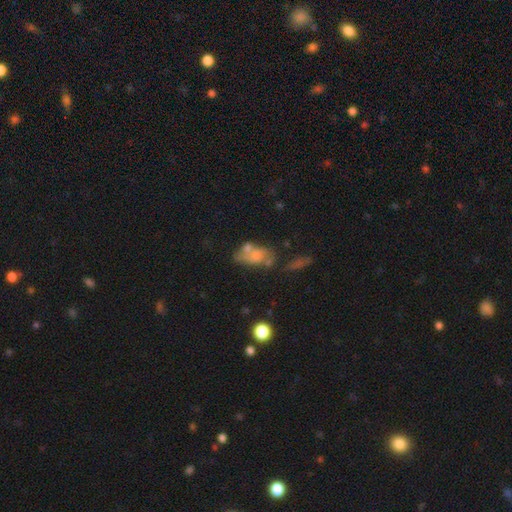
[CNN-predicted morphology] Q: Smooth or featured?
A: smooth (57%); runner-up: featured or disk (31%)
Q: How rounded?
A: in between (87%); runner-up: round (9%)
Q: Merging?
A: merger (33%); runner-up: none (29%)